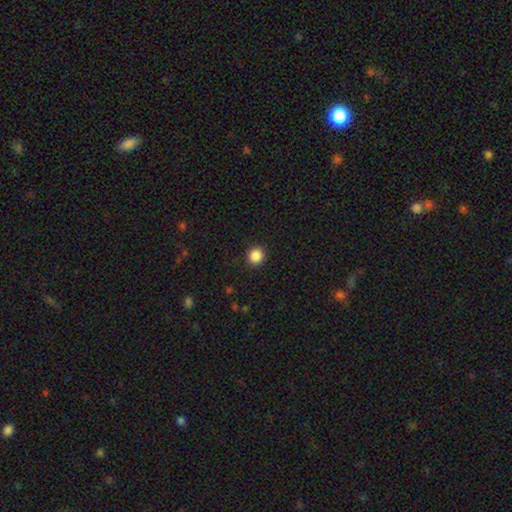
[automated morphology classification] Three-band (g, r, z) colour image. It shows a smooth galaxy with no disk features (87%) that is round (93%). Merging: none (92%).